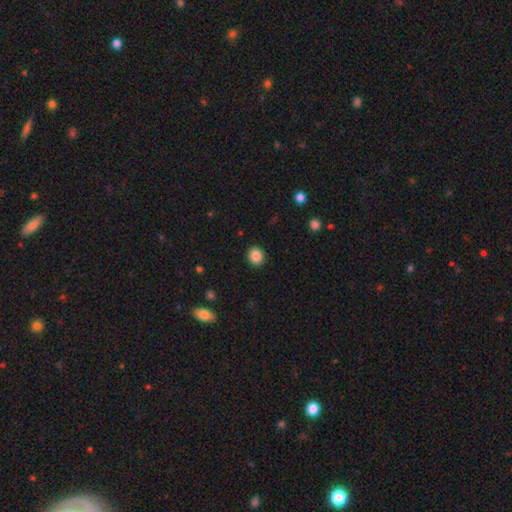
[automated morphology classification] Smooth or featured? smooth (86%)
How rounded? round (78%)
Merging? none (91%)